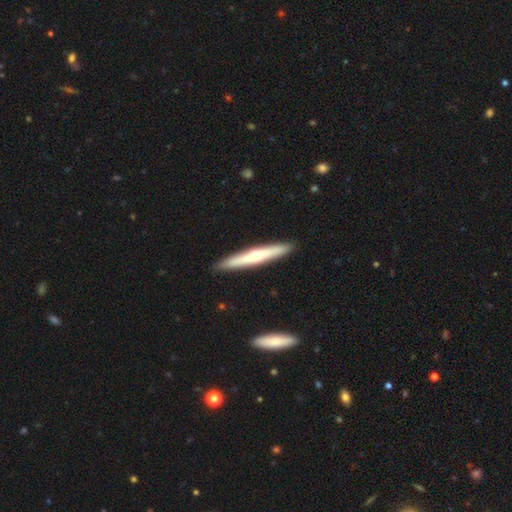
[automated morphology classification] smooth_or_featured: featured or disk (p=0.58) [alt: smooth p=0.36]
disk_edge_on: yes (p=0.92) [alt: no p=0.08]
edge_on_bulge: rounded (p=0.80) [alt: none p=0.17]
merging: none (p=0.91) [alt: minor disturbance p=0.06]